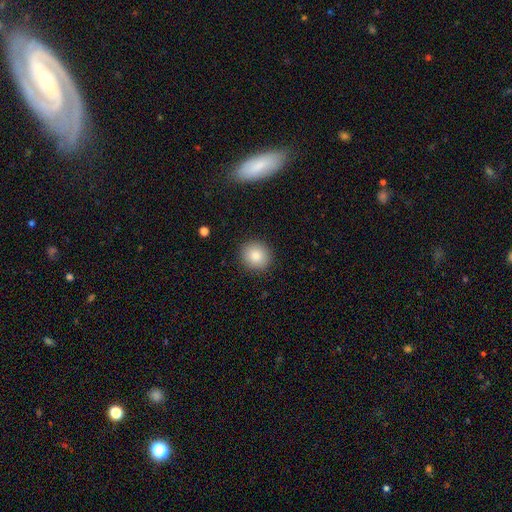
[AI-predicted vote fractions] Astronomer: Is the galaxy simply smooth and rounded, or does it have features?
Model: smooth — 85%.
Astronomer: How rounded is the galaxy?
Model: round — 88%.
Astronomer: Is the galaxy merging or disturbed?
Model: none — 90%.